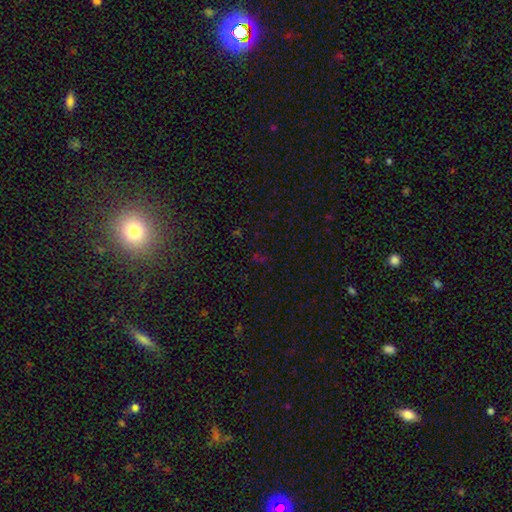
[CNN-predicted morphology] Smooth or featured? star or artifact (66%)